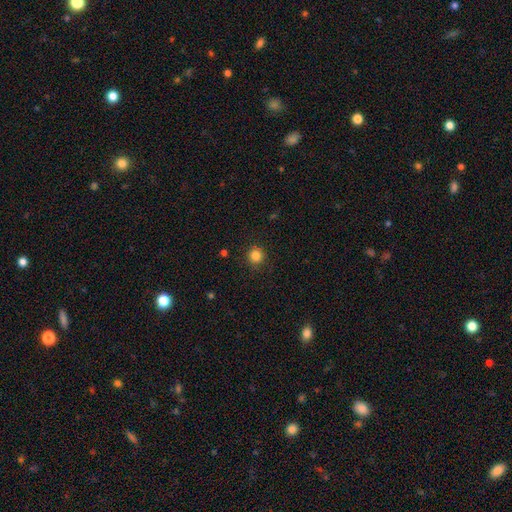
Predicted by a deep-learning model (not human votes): A smooth galaxy with no disk features (84%) that is round (94%). Merging: none (91%).